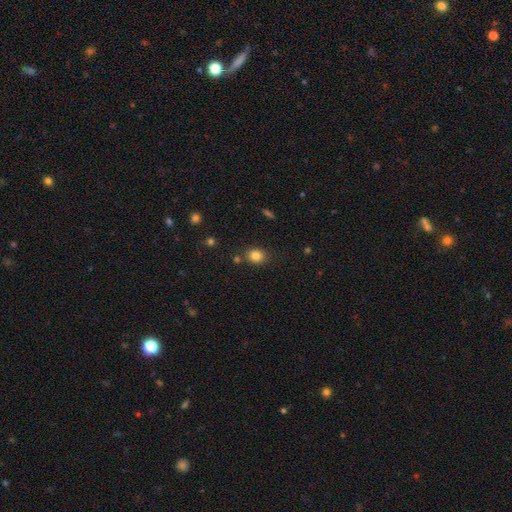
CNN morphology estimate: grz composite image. It shows a smooth galaxy with no disk features (82%) that is round (61%). Merging: none (77%).